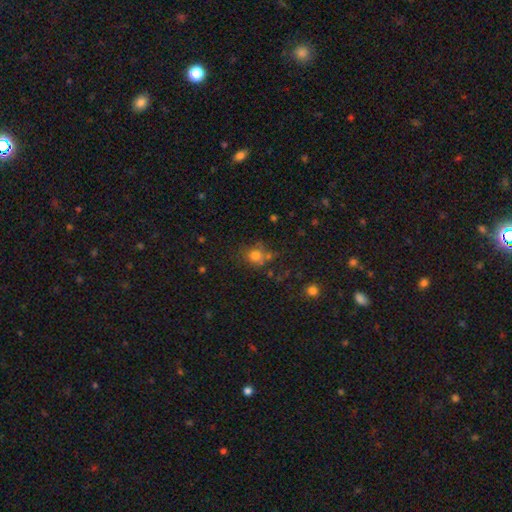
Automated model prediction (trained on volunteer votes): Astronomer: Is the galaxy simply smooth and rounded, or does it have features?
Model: smooth — 74%.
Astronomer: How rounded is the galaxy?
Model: round — 78%.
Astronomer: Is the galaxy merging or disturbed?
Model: none — 62%.